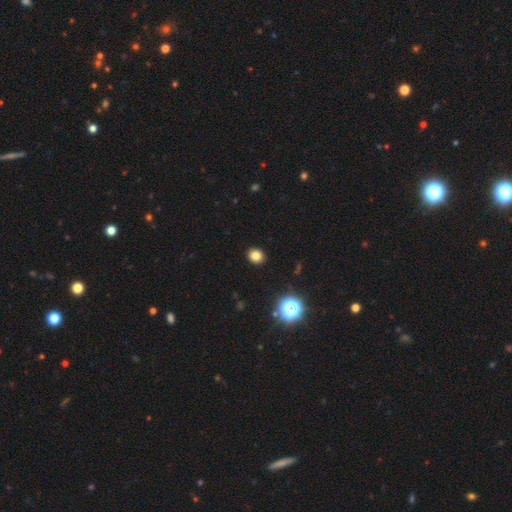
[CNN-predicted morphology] This is clearly a smooth galaxy (80%). How rounded: likely round (75%). Merging: clearly none (92%).